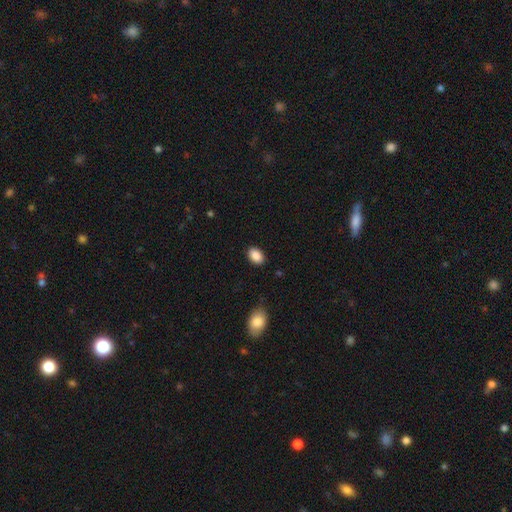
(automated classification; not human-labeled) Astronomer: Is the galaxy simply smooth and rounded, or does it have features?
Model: smooth — 89%.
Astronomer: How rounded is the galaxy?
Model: in between — 87%.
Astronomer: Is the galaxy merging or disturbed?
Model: none — 87%.